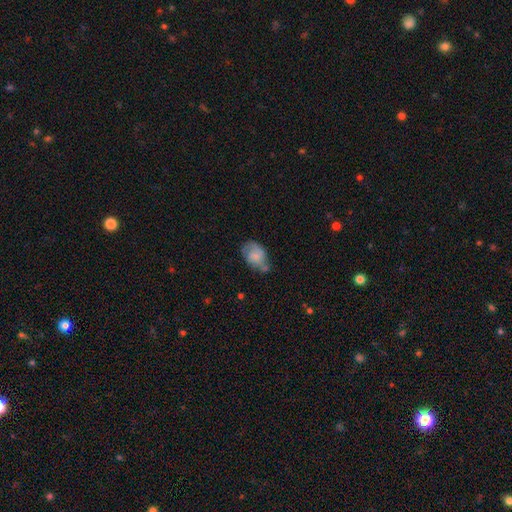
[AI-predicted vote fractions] smooth_or_featured: smooth (p=0.64) [alt: featured or disk p=0.28]
how_rounded: in between (p=0.79) [alt: round p=0.19]
merging: none (p=0.41) [alt: minor disturbance p=0.34]